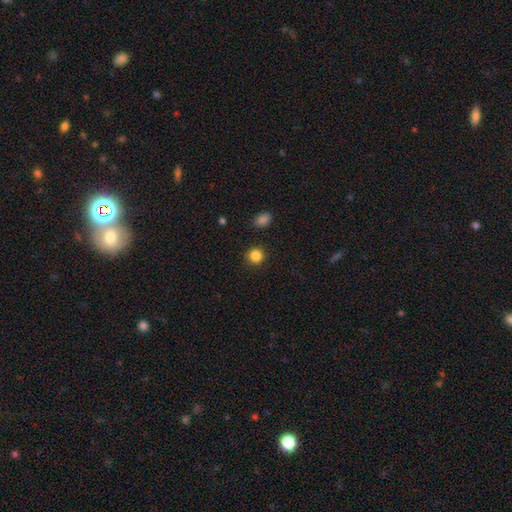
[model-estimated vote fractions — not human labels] A smooth galaxy with no disk features (86%) that is round (93%).

Vote fractions:
- Smooth or featured? smooth: 86% / star or artifact: 11% / featured or disk: 3%
- How rounded? round: 93% / in between: 7% / cigar-shaped: 1%
- Merging? none: 90% / minor disturbance: 6% / major disturbance: 2% / merger: 2%